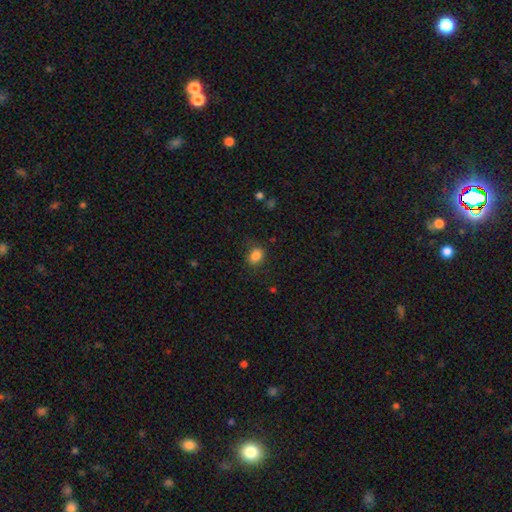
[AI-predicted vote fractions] Smooth or featured? Predicted: smooth (p=0.85). How rounded? Predicted: in between (p=0.62). Merging? Predicted: none (p=0.77).